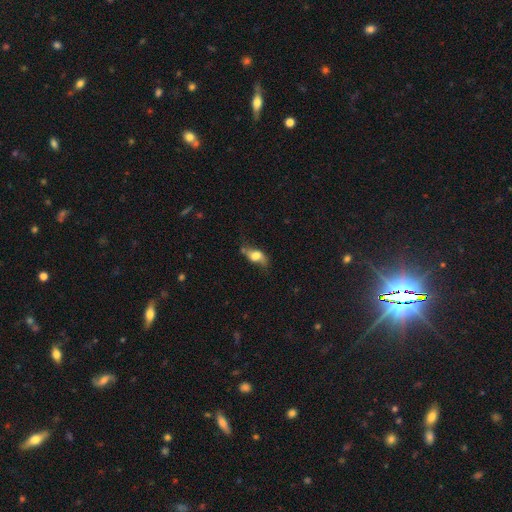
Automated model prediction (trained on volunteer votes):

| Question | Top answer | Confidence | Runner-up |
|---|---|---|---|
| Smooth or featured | smooth | 53% | featured or disk (38%) |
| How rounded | in between | 77% | round (12%) |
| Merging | none | 51% | minor disturbance (29%) |